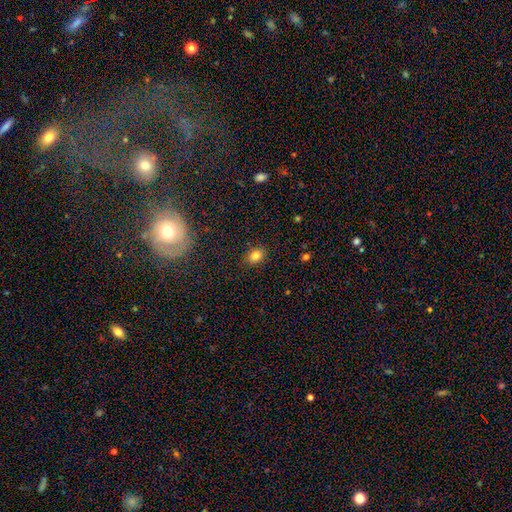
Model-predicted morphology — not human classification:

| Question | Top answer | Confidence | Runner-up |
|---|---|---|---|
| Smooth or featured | smooth | 82% | star or artifact (11%) |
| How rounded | in between | 58% | round (41%) |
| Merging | none | 87% | minor disturbance (10%) |